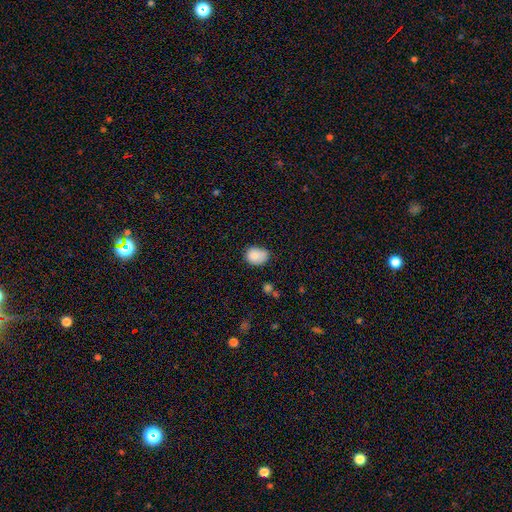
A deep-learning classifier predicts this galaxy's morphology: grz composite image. It shows a smooth galaxy with no disk features (84%) that is in between round and cigar-shaped (54%). Merging: none (55%).